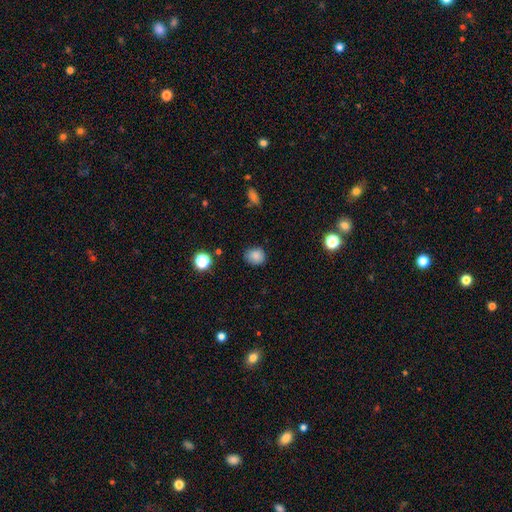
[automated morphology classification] type=smooth (84%); roundness=round (69%); merging=none (79%).